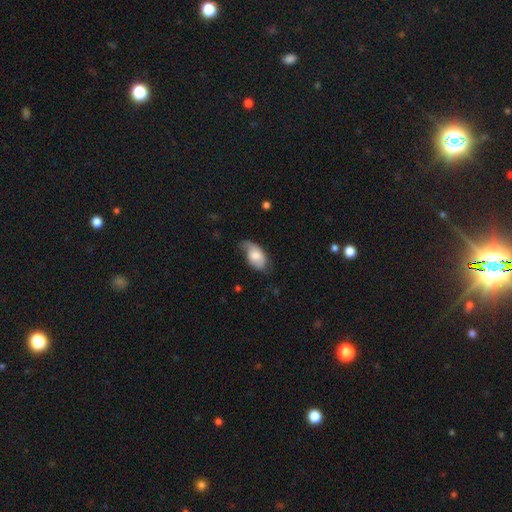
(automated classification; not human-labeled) Overall: smooth (68%). How rounded: in between (93%). Merging: minor disturbance (40%; none 38%).